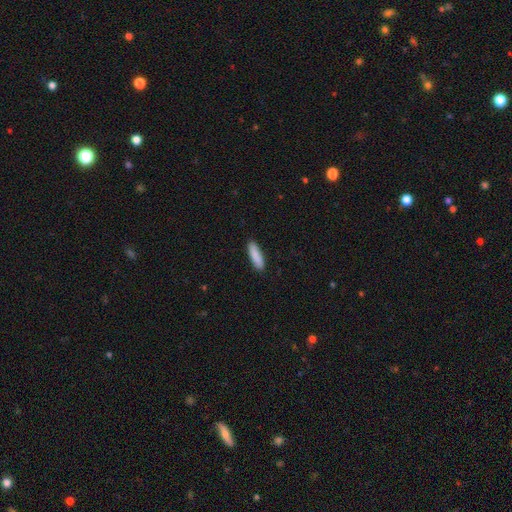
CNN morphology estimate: smooth_or_featured: smooth (p=0.89) [alt: featured or disk p=0.06]
how_rounded: cigar-shaped (p=0.66) [alt: in between p=0.32]
merging: none (p=0.89) [alt: minor disturbance p=0.09]